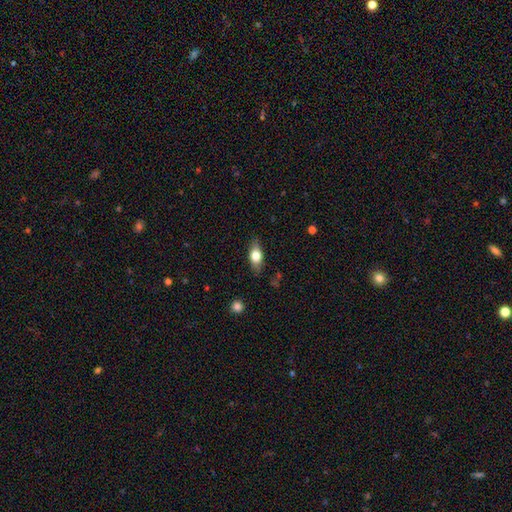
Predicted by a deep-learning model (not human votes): The model was most divided on "smooth or featured": smooth: 69%, featured or disk: 23%, star or artifact: 7%. More confident: merging — none (82%); how rounded — in between (80%).